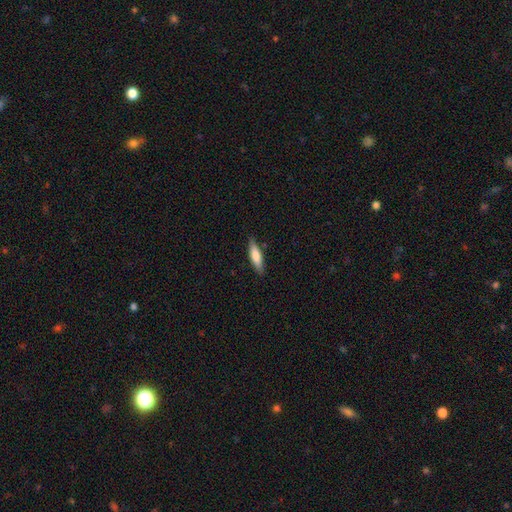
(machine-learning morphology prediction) smooth_or_featured: smooth (p=0.76) [alt: featured or disk p=0.19]
how_rounded: cigar-shaped (p=0.64) [alt: in between p=0.34]
merging: none (p=0.85) [alt: minor disturbance p=0.12]